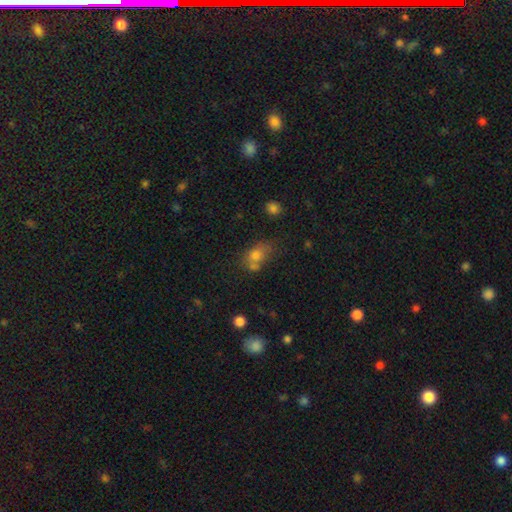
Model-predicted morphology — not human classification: Q: Smooth or featured?
A: smooth (72%); runner-up: star or artifact (14%)
Q: How rounded?
A: in between (62%); runner-up: round (36%)
Q: Merging?
A: none (44%); runner-up: merger (27%)